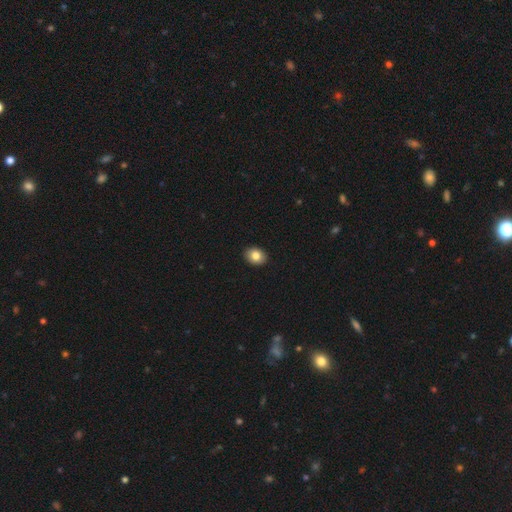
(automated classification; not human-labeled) smooth 82%, featured or disk 9%, star or artifact 8%. Down the decision tree: how rounded — in between (64%); merging — none (92%).